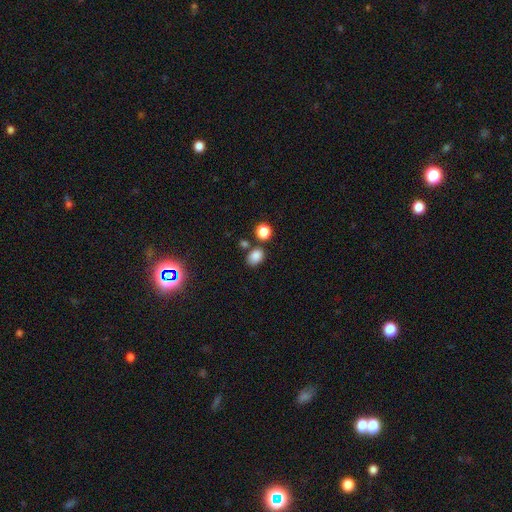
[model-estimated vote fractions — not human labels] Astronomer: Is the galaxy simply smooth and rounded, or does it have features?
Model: smooth — 83%.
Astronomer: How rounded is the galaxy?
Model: in between — 67%.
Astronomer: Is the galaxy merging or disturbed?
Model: none — 69%.